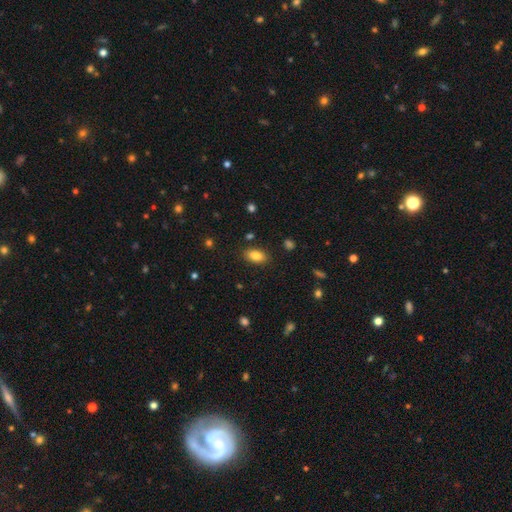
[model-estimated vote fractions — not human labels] Q: Smooth or featured?
A: smooth (85%); runner-up: star or artifact (8%)
Q: How rounded?
A: in between (91%); runner-up: round (6%)
Q: Merging?
A: none (86%); runner-up: minor disturbance (10%)